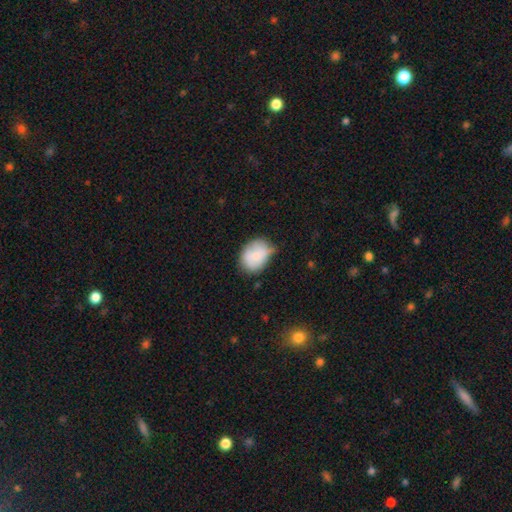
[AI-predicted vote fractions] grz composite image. It shows a smooth galaxy with no disk features (77%) that is in between round and cigar-shaped (58%). Merging: minor disturbance (42%, tied with none).